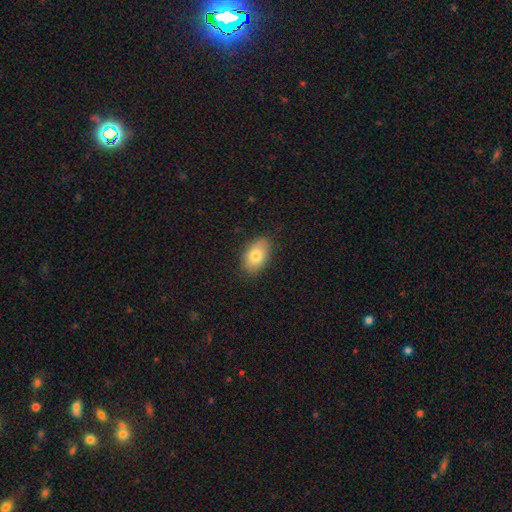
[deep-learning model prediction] smooth 79%, featured or disk 13%, star or artifact 8%. Down the decision tree: how rounded — in between (90%); merging — none (85%).